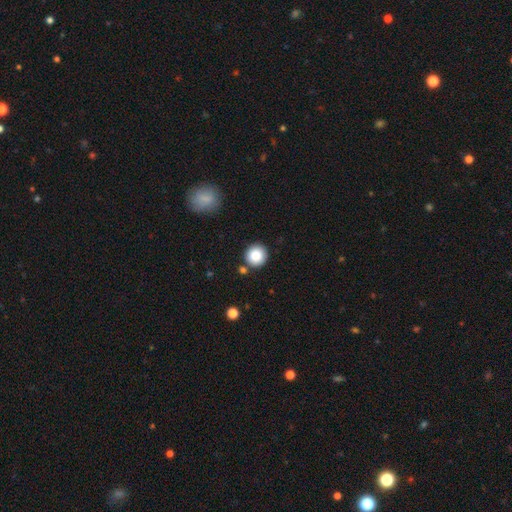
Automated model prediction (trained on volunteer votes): Smooth or featured?
  - smooth: 86% *
  - star or artifact: 9%
  - featured or disk: 4%
How rounded?
  - round: 94% *
  - in between: 5%
  - cigar-shaped: 1%
Merging?
  - none: 85% *
  - minor disturbance: 8%
  - merger: 5%
  - major disturbance: 2%